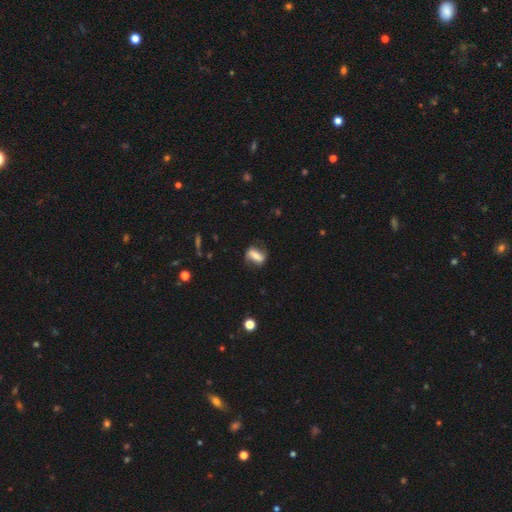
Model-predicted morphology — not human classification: featured or disk 49%, smooth 42%, star or artifact 9%. Down the decision tree: merging — none (68%).